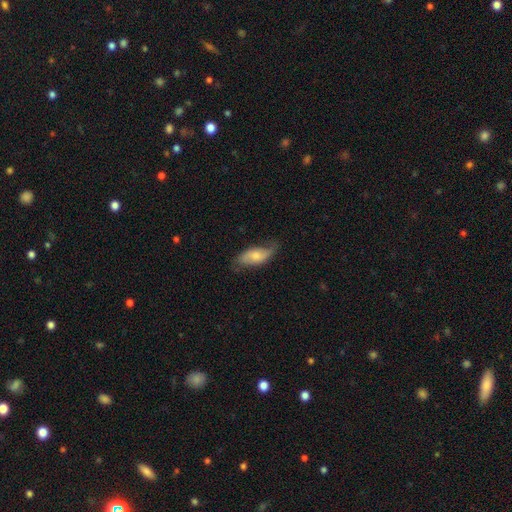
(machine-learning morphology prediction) Smooth or featured: smooth — 50% (featured or disk — 44%)
Merging: none — 62% (minor disturbance — 28%)